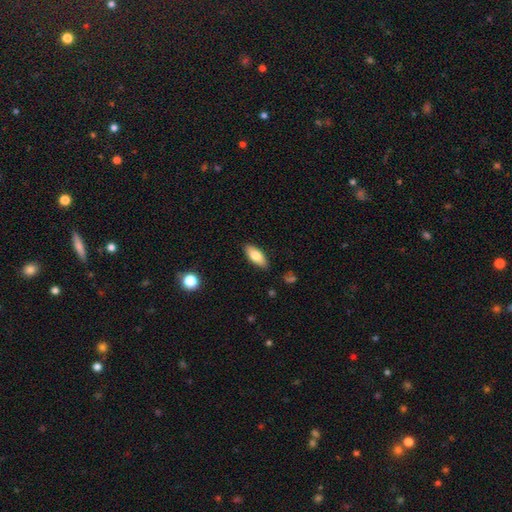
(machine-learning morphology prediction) Smooth or featured? smooth (79%)
How rounded? in between (79%)
Merging? none (87%)